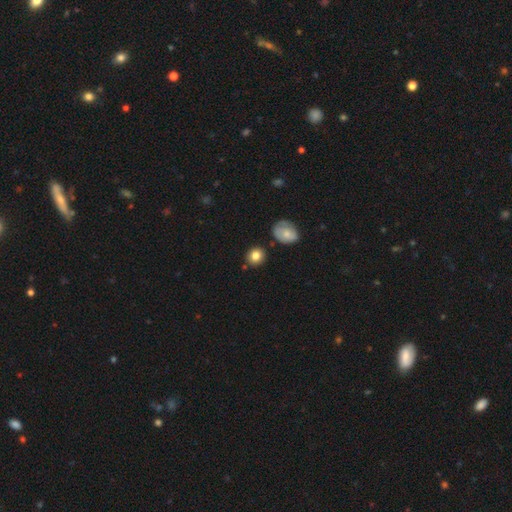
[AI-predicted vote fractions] smooth_or_featured: smooth (p=0.82) [alt: star or artifact p=0.10]
how_rounded: round (p=0.83) [alt: in between p=0.16]
merging: none (p=0.82) [alt: minor disturbance p=0.10]